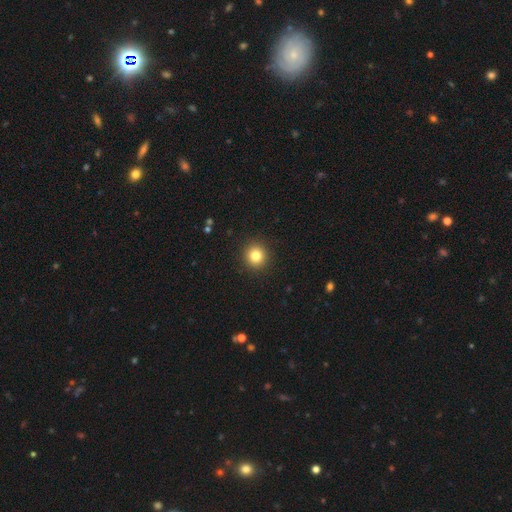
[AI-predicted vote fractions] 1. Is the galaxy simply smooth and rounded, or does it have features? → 82% smooth, 11% star or artifact, 6% featured or disk.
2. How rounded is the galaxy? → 93% round, 6% in between, 1% cigar-shaped.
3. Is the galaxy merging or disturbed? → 92% none, 5% minor disturbance, 2% major disturbance, 1% merger.